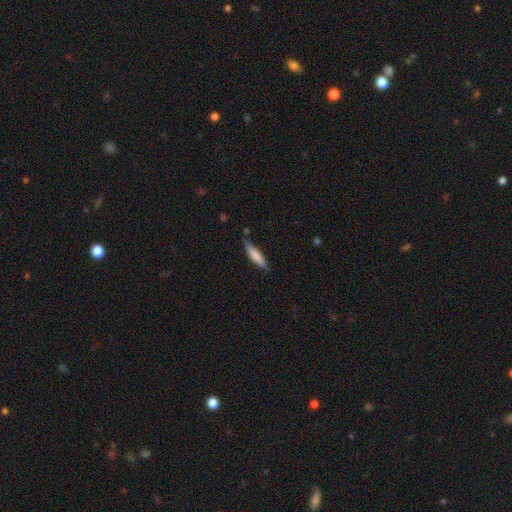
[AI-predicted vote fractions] Morphology: type=smooth (79%); roundness=cigar-shaped (79%); merging=none (74%).